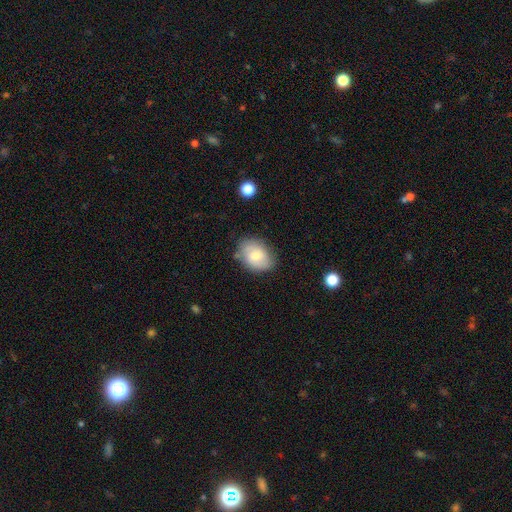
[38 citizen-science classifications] A smooth galaxy with no disk features (76%) that is in between round and cigar-shaped (83%).

Vote fractions:
- Smooth or featured? smooth: 76% / featured or disk: 21% / star or artifact: 3%
- How rounded? in between: 83% / round: 17% / cigar-shaped: 0%
- Merging? none: 65% / minor disturbance: 27% / major disturbance: 5% / merger: 3%